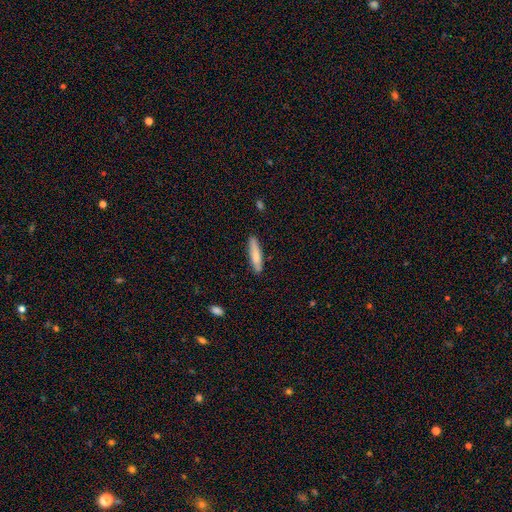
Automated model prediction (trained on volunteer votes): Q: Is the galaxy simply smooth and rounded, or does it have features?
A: smooth — 74%.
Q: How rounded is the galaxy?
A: cigar-shaped — 82%.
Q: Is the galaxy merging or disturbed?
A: none — 87%.